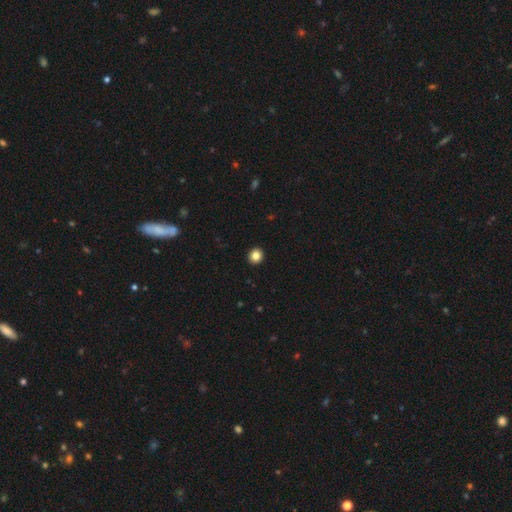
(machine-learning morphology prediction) Smooth or featured? Predicted: smooth (p=0.84). How rounded? Predicted: round (p=0.89). Merging? Predicted: none (p=0.94).